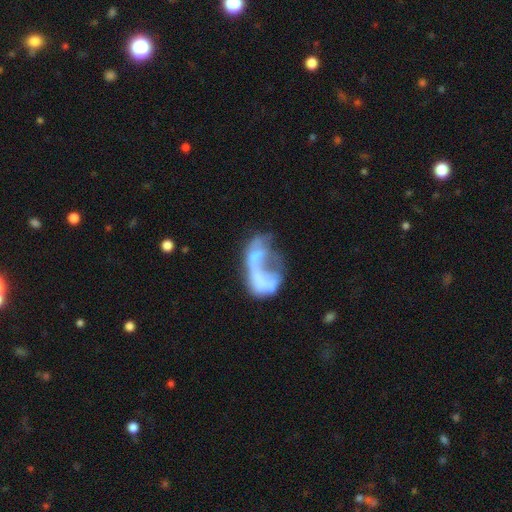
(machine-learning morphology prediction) The model was most divided on "smooth or featured": featured or disk: 54%, smooth: 35%, star or artifact: 11%. Remaining: edge-on disk — no (96%); spiral arms — no (80%); bar — no (79%); bulge size — none (63%); merging — major disturbance (48%).